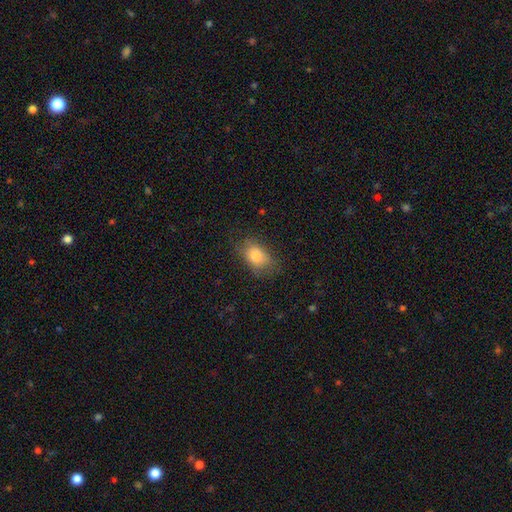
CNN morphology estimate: Smooth or featured? smooth (80%)
How rounded? in between (82%)
Merging? none (66%)